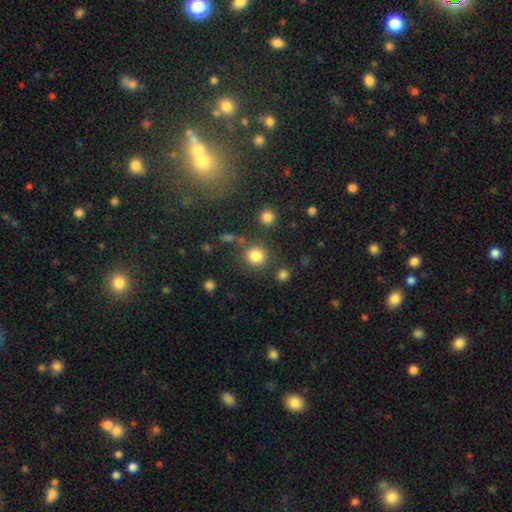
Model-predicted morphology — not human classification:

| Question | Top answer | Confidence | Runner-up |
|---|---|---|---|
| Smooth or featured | smooth | 82% | star or artifact (12%) |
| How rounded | round | 90% | in between (9%) |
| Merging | none | 77% | minor disturbance (9%) |